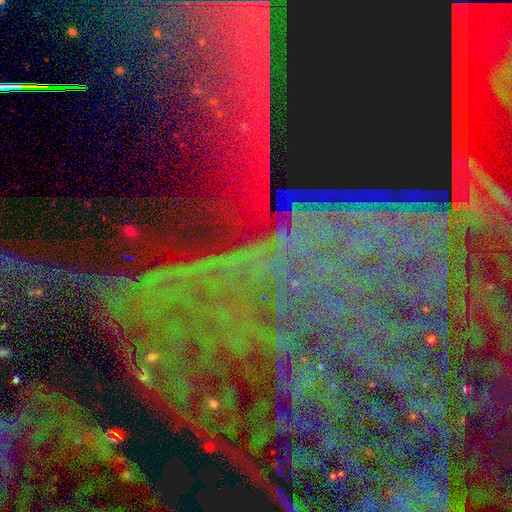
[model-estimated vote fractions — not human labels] A star or artifact, not a galaxy (83%).